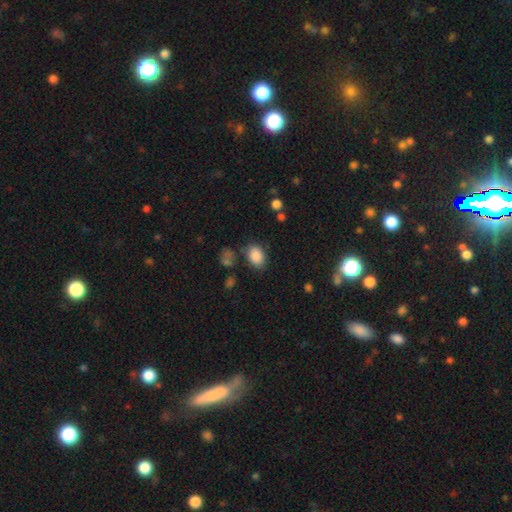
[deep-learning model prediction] Morphology: type=smooth (86%); roundness=in between (80%); merging=none (75%).